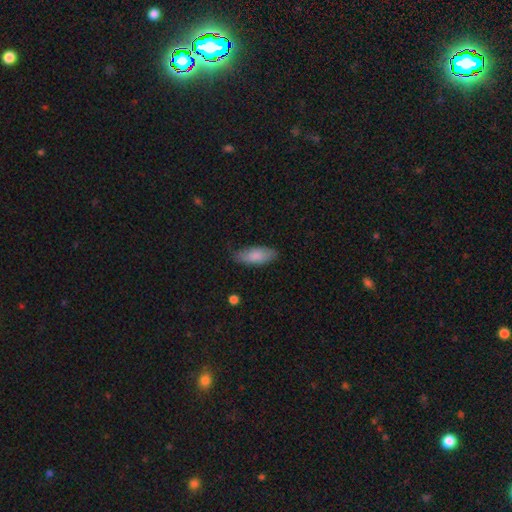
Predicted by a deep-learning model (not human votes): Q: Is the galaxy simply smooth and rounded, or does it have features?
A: smooth — 82%.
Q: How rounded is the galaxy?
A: in between — 79%.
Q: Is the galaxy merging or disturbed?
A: none — 75%.